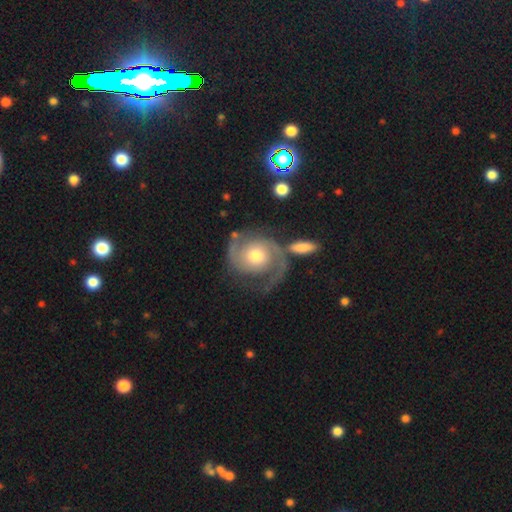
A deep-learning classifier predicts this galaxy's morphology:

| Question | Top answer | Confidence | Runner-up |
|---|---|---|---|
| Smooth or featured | featured or disk | 87% | smooth (8%) |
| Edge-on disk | no | 98% | yes (2%) |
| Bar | no | 73% | weak (22%) |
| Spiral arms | yes | 97% | no (3%) |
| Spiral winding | medium | 47% | tight (39%) |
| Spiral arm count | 2 | 89% | 1 (3%) |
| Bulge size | moderate | 69% | small (19%) |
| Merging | none | 64% | minor disturbance (16%) |